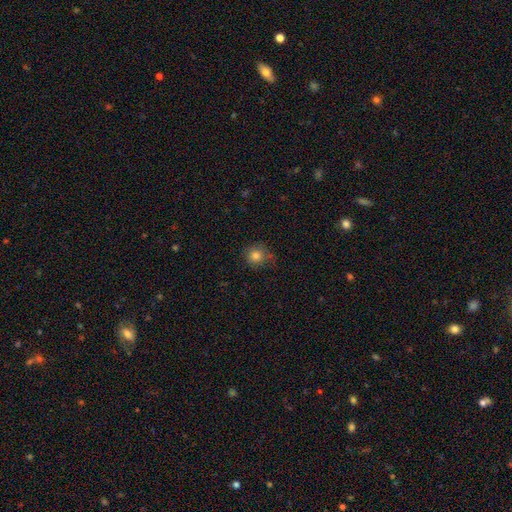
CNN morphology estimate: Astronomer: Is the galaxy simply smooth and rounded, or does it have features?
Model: smooth — 82%.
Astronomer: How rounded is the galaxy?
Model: round — 92%.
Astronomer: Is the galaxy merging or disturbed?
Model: none — 78%.